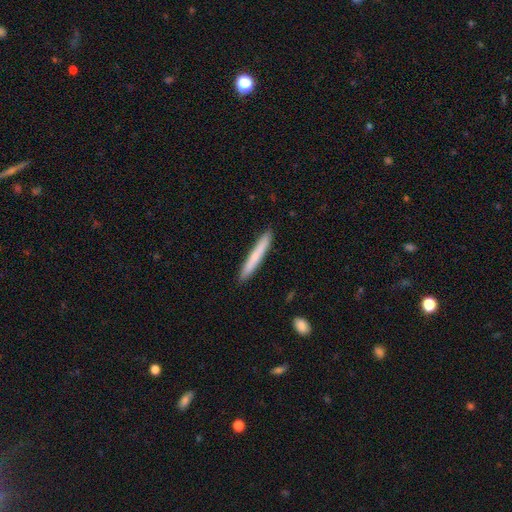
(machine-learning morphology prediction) Smooth or featured? Predicted: smooth (p=0.67). How rounded? Predicted: cigar-shaped (p=0.96). Merging? Predicted: none (p=0.91).